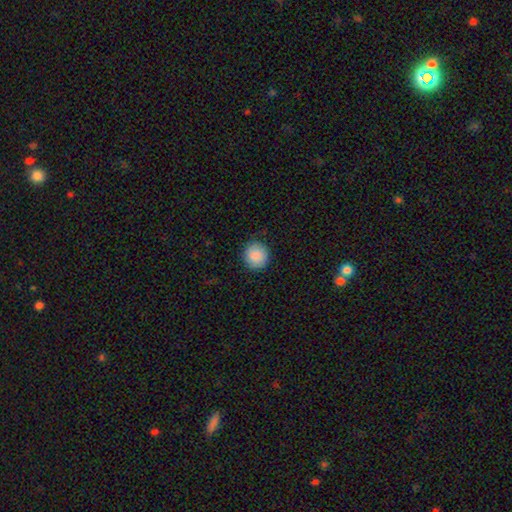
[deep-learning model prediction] Smooth or featured? smooth (88%)
How rounded? round (91%)
Merging? none (89%)